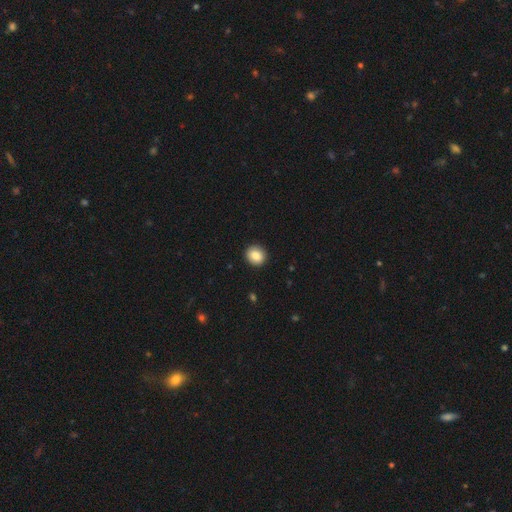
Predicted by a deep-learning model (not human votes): Smooth or featured? Predicted: smooth (p=0.88). How rounded? Predicted: round (p=0.79). Merging? Predicted: none (p=0.91).